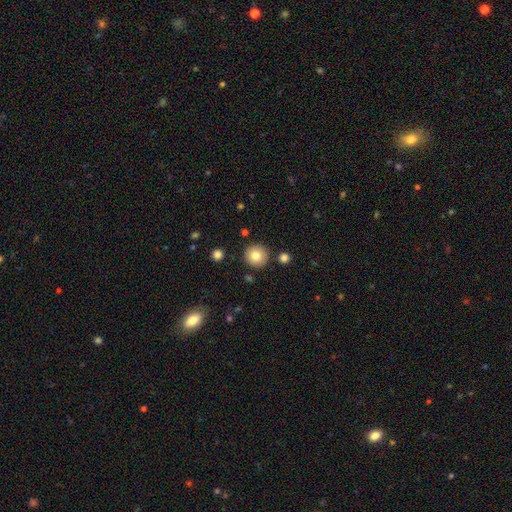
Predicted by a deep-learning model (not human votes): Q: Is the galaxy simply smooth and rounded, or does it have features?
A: smooth — 82%.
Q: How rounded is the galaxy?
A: round — 94%.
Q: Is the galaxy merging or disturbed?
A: none — 89%.